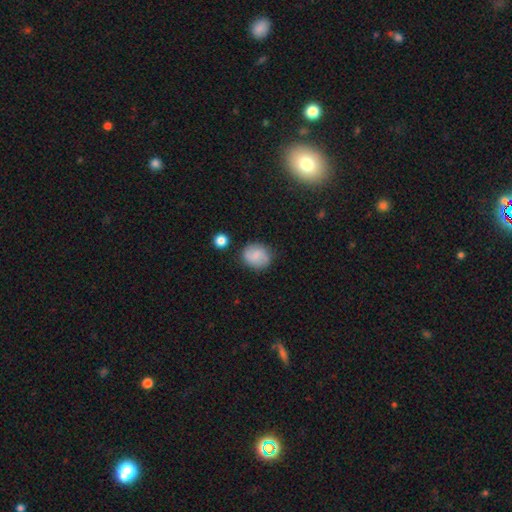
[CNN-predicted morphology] Smooth or featured?
  - smooth: 65% *
  - featured or disk: 26%
  - star or artifact: 9%
How rounded?
  - round: 72% *
  - in between: 27%
  - cigar-shaped: 1%
Merging?
  - none: 79% *
  - minor disturbance: 14%
  - major disturbance: 4%
  - merger: 3%